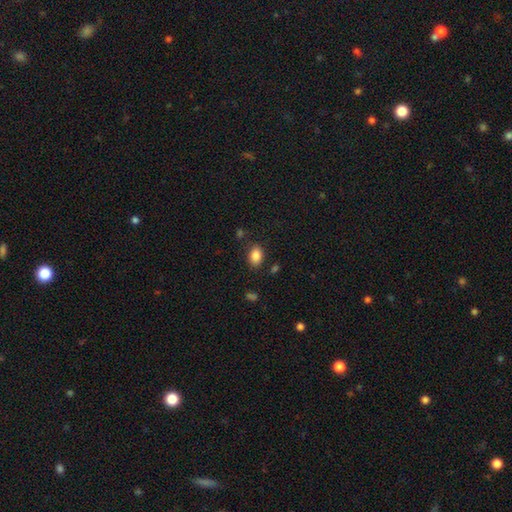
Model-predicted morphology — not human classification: smooth-or-featured: smooth: 86% | star or artifact: 9% | featured or disk: 5%
  how-rounded: in between: 81% | round: 17% | cigar-shaped: 1%
  merging: none: 83% | minor disturbance: 11% | major disturbance: 3% | merger: 3%